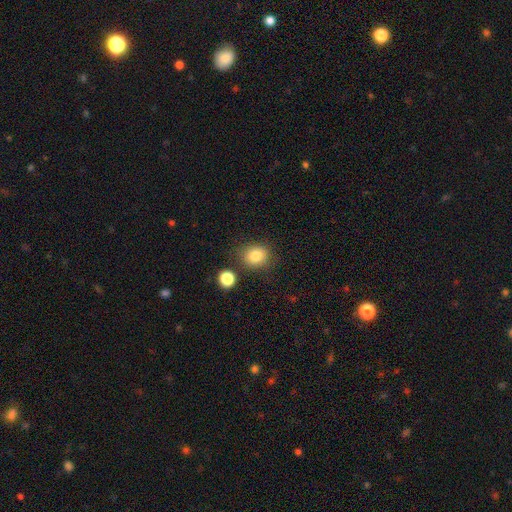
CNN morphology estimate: This appears to be a smooth galaxy with no disk features (82%) that is round (68%). Merging: none (78%).